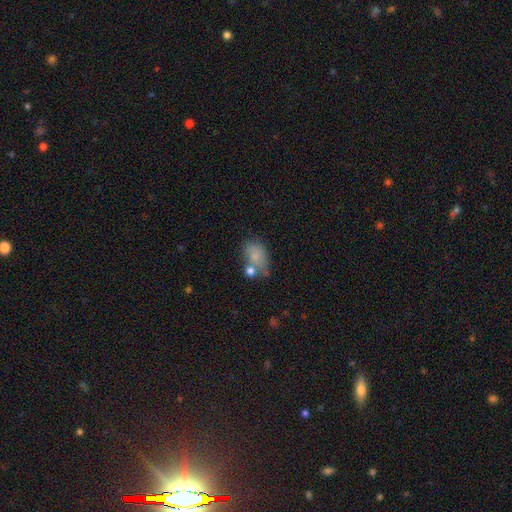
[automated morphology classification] type=smooth (77%); roundness=in between (83%); merging=none (41%).